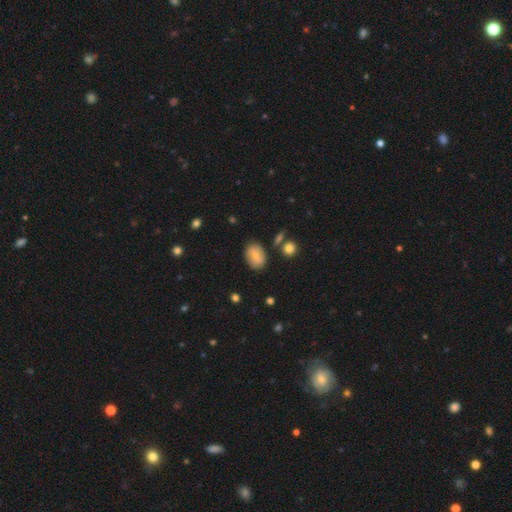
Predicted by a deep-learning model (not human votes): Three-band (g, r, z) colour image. It shows a smooth galaxy with no disk features (68%) that is in between round and cigar-shaped (80%). Merging: none (79%).